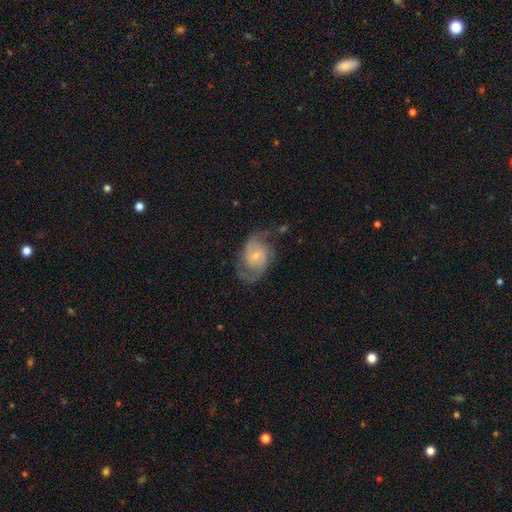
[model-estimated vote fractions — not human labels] Smooth or featured: featured or disk — 79% (smooth — 14%)
Edge-on disk: no — 97% (yes — 3%)
Bar: no — 56% (weak — 37%)
Spiral arms: yes — 93% (no — 7%)
Spiral winding: medium — 49% (loose — 29%)
Spiral arm count: 2 — 86% (can't tell — 7%)
Bulge size: small — 59% (moderate — 35%)
Merging: none — 64% (minor disturbance — 20%)